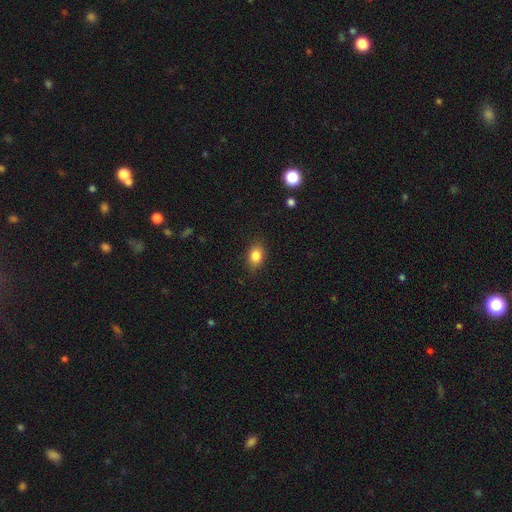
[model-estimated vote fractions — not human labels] smooth_or_featured: smooth (p=0.84) [alt: star or artifact p=0.09]
how_rounded: in between (p=0.70) [alt: round p=0.28]
merging: none (p=0.83) [alt: minor disturbance p=0.13]